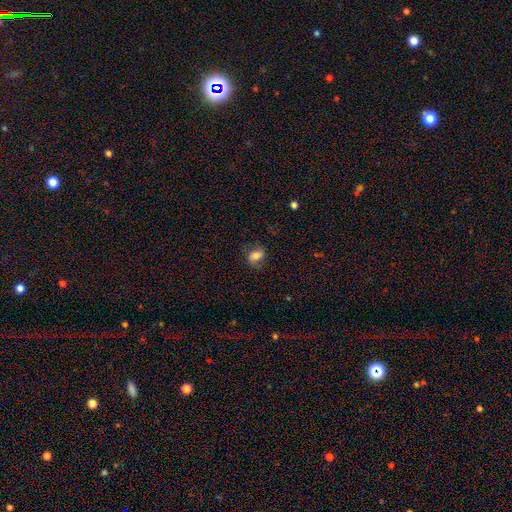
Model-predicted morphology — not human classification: This appears to be a smooth galaxy with no disk features (69%) that is in between round and cigar-shaped (76%). Merging: none (71%).